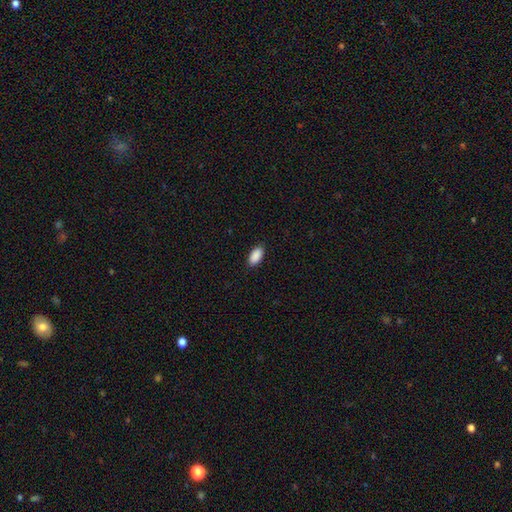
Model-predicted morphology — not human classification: Smooth or featured? smooth (91%)
How rounded? in between (93%)
Merging? none (89%)